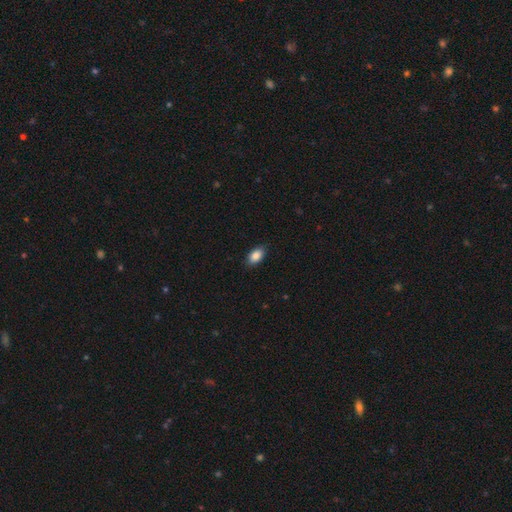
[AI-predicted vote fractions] This appears to be a smooth galaxy with no disk features (86%) that is in between round and cigar-shaped (91%). Merging: none (86%).